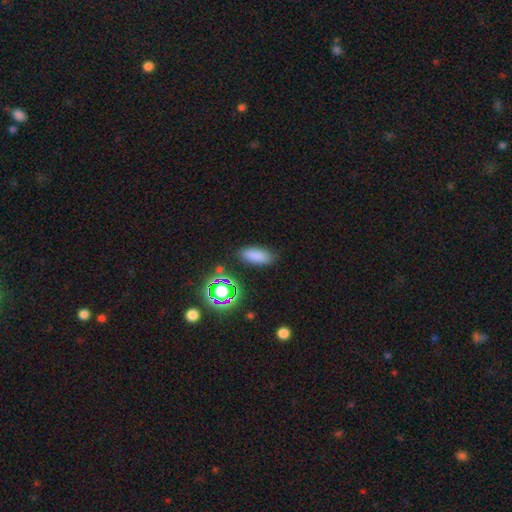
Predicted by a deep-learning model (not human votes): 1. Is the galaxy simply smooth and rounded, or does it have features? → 78% smooth, 15% star or artifact, 7% featured or disk.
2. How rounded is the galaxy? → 82% in between, 14% cigar-shaped, 4% round.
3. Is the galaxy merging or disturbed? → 84% none, 10% minor disturbance, 3% major disturbance, 3% merger.